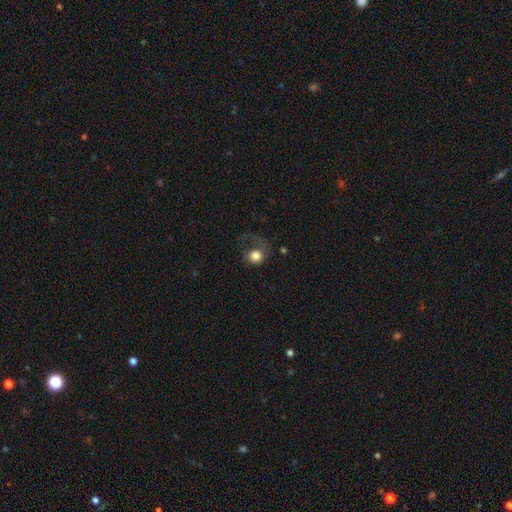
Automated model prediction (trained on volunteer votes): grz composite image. It shows a smooth galaxy with no disk features (74%) that is round (79%). Merging: major disturbance (46%).